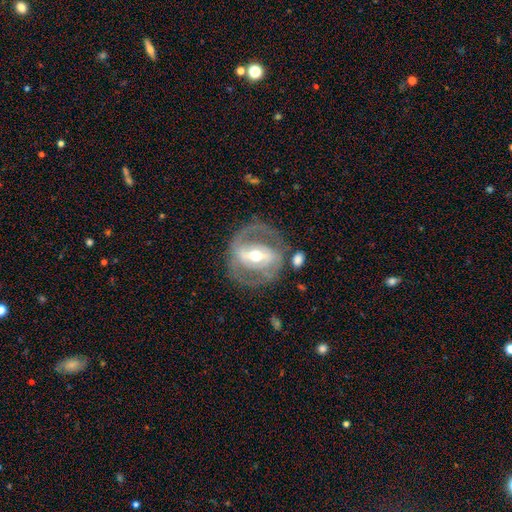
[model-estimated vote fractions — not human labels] This is clearly a featured or disk galaxy (82%). It is clearly not viewed edge-on (95%). Bar: possibly strong (57%). Spiral arm pattern: likely yes (71%). Spiral arm count: likely 2 (76%). Spiral winding: marginally medium (42%). Central bulge: likely moderate (65%). Merging: likely none (69%).